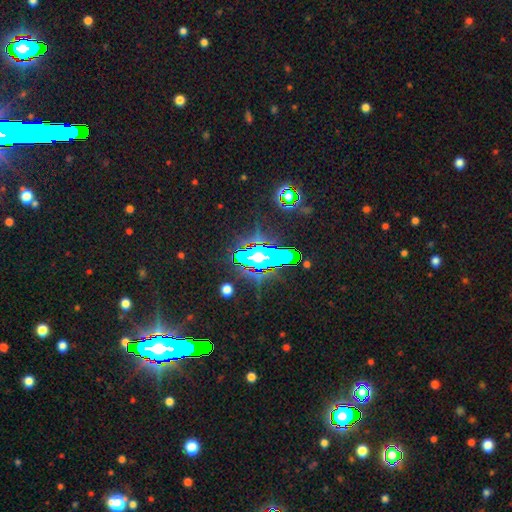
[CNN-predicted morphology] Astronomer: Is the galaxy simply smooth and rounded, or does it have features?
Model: star or artifact — 57%.